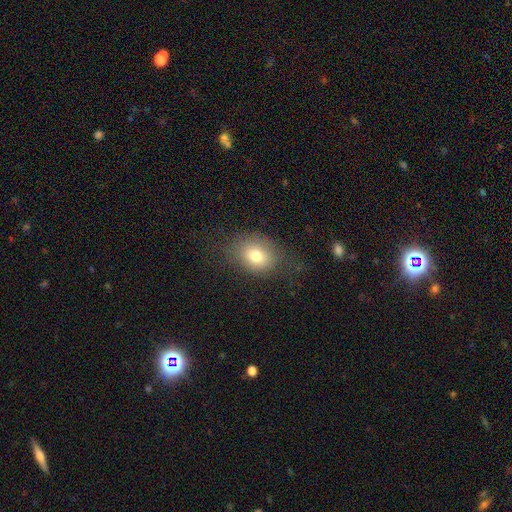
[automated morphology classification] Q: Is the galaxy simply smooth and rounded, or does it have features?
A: smooth — 74%.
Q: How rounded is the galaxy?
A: round — 52%.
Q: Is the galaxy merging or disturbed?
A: none — 69%.